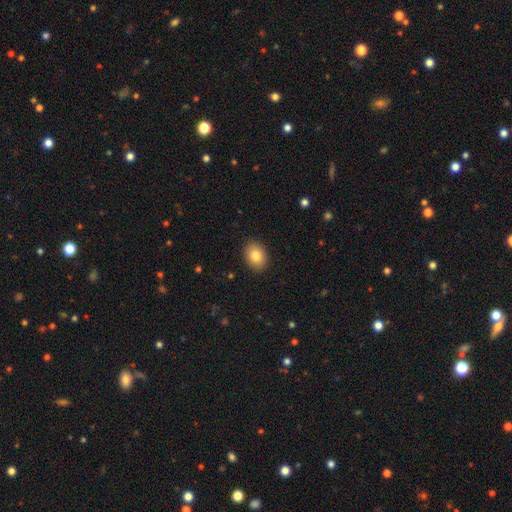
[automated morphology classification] Smooth or featured: smooth — 84% (featured or disk — 8%)
How rounded: in between — 72% (round — 27%)
Merging: none — 90% (minor disturbance — 7%)